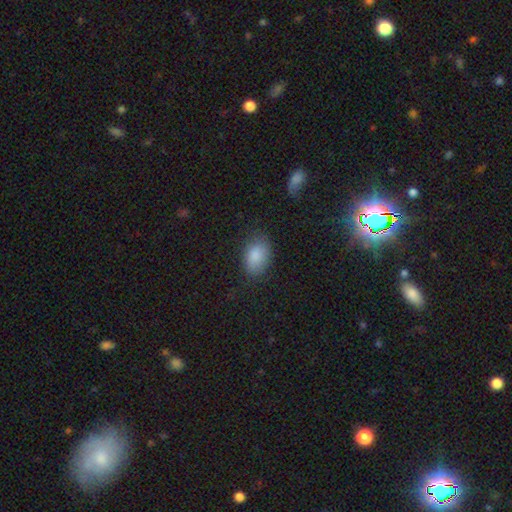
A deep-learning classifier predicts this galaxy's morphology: Smooth or featured: smooth — 86% (star or artifact — 8%)
How rounded: in between — 86% (round — 13%)
Merging: none — 77% (minor disturbance — 17%)